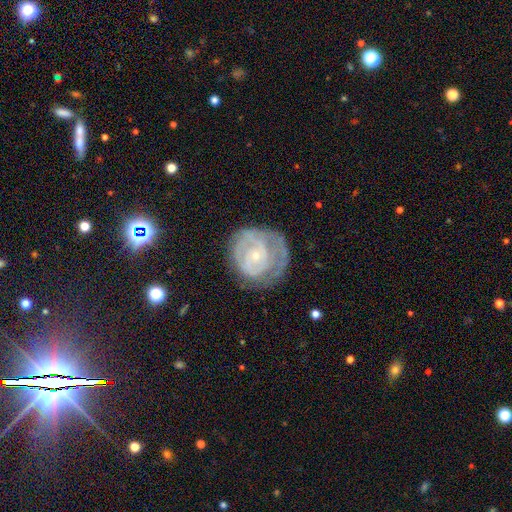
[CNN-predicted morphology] Smooth or featured?
  - featured or disk: 72% *
  - smooth: 21%
  - star or artifact: 7%
Edge-on disk?
  - no: 97% *
  - yes: 3%
Bar?
  - no: 76% *
  - weak: 20%
  - strong: 4%
Spiral arms?
  - yes: 74% *
  - no: 26%
Spiral winding?
  - tight: 71% *
  - medium: 21%
  - loose: 8%
Spiral arm count?
  - can't tell: 52% *
  - 2: 22%
  - 3: 9%
  - 1: 9%
  - 4: 5%
  - more than 4: 4%
Bulge size?
  - small: 79% *
  - moderate: 16%
  - none: 2%
  - large: 1%
  - dominant: 1%
Merging?
  - none: 59% *
  - minor disturbance: 23%
  - major disturbance: 16%
  - merger: 2%